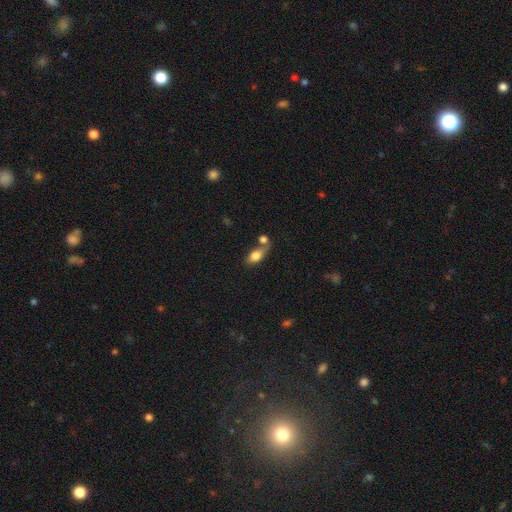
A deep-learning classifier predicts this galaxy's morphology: Smooth or featured: smooth — 78% (featured or disk — 14%)
How rounded: in between — 84% (round — 10%)
Merging: none — 40% (merger — 36%)